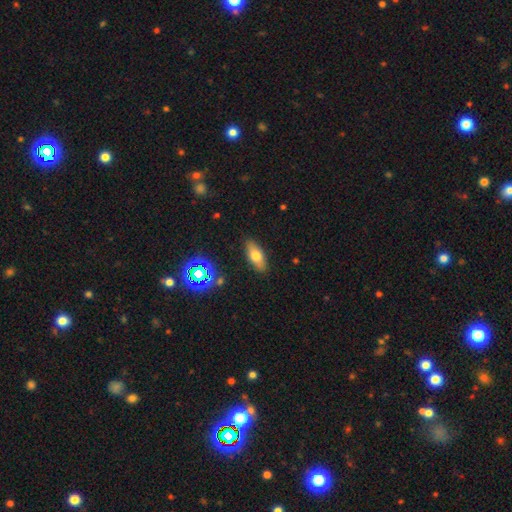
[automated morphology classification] Smooth or featured?
  - smooth: 67% *
  - featured or disk: 22%
  - star or artifact: 11%
How rounded?
  - in between: 76% *
  - cigar-shaped: 19%
  - round: 4%
Merging?
  - none: 87% *
  - minor disturbance: 9%
  - major disturbance: 2%
  - merger: 1%